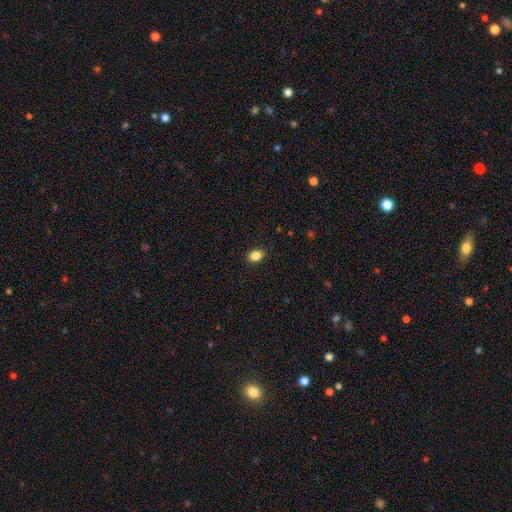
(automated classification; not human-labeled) smooth_or_featured: smooth (p=0.86) [alt: star or artifact p=0.10]
how_rounded: in between (p=0.75) [alt: round p=0.24]
merging: none (p=0.89) [alt: minor disturbance p=0.08]